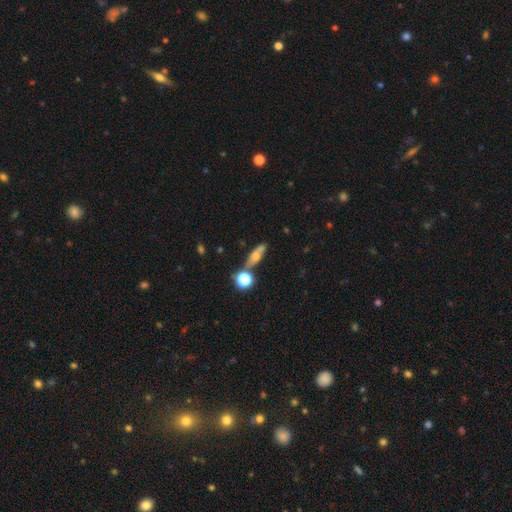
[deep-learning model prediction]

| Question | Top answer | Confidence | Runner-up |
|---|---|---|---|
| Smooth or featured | smooth | 47% | featured or disk (40%) |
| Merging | none | 64% | minor disturbance (16%) |